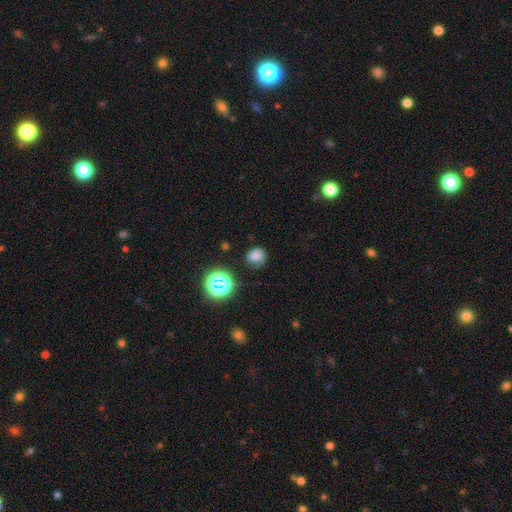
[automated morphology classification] Smooth or featured: smooth — 64% (star or artifact — 18%)
How rounded: round — 67% (in between — 32%)
Merging: none — 56% (minor disturbance — 26%)